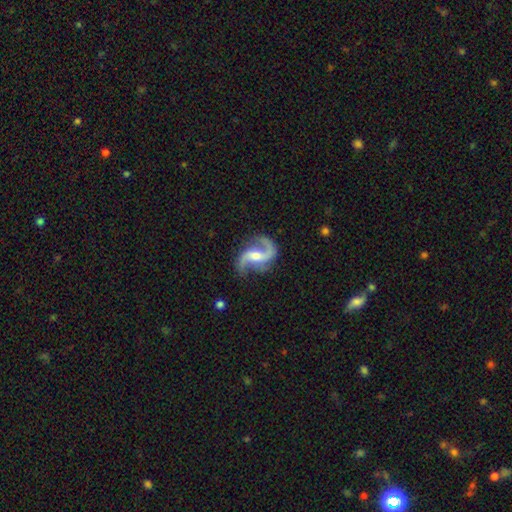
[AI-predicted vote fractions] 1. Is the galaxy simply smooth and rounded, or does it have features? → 92% featured or disk, 5% star or artifact, 3% smooth.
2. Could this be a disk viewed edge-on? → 98% no, 2% yes.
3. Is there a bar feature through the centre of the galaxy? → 41% weak, 34% no, 25% strong.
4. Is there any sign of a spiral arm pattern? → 98% yes, 2% no.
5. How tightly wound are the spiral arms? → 59% loose, 35% medium, 7% tight.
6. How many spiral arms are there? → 93% 2, 2% 3, 2% 1, 1% can't tell, 1% 4, 1% more than 4.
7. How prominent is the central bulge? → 59% moderate, 35% small, 3% large, 2% none, 1% dominant.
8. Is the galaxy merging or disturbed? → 78% none, 14% minor disturbance, 6% major disturbance, 2% merger.